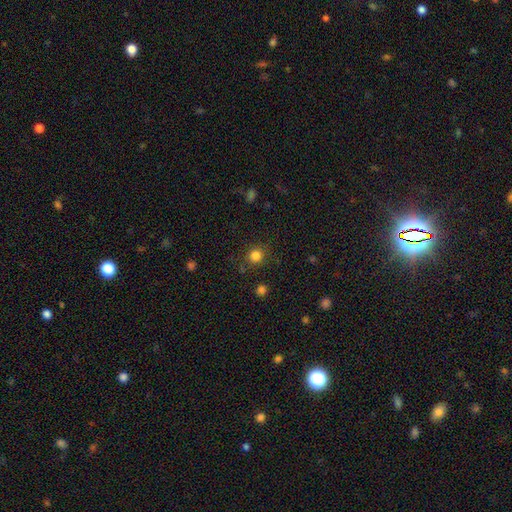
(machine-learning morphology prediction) smooth-or-featured: smooth: 83% | star or artifact: 13% | featured or disk: 4%
  how-rounded: round: 91% | in between: 8% | cigar-shaped: 1%
  merging: none: 86% | minor disturbance: 8% | major disturbance: 3% | merger: 2%